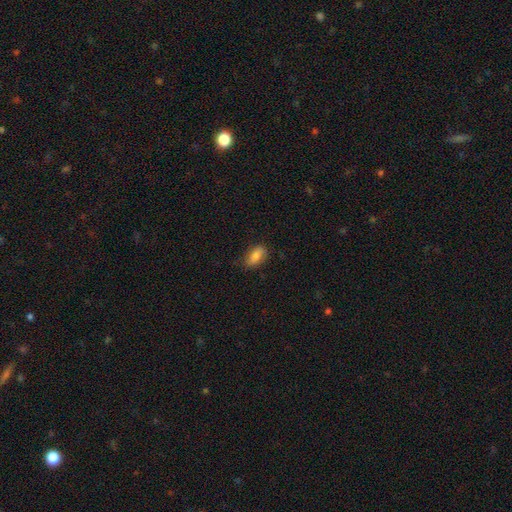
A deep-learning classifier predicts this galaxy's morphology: Q: Smooth or featured?
A: smooth (82%); runner-up: featured or disk (11%)
Q: How rounded?
A: in between (85%); runner-up: cigar-shaped (11%)
Q: Merging?
A: none (73%); runner-up: minor disturbance (21%)